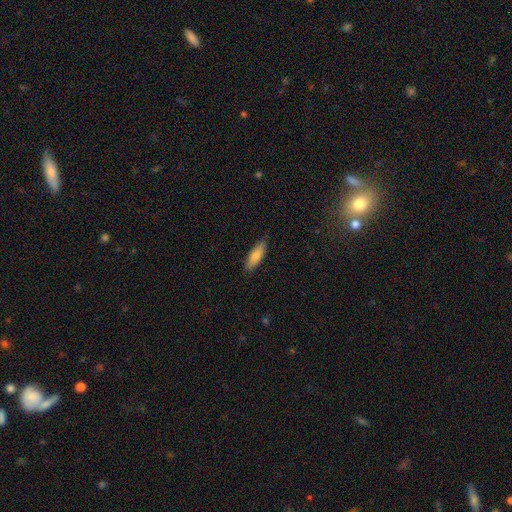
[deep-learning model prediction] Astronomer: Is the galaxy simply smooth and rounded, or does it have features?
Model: smooth — 83%.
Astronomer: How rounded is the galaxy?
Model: in between — 56% (runner-up: cigar-shaped, 42%).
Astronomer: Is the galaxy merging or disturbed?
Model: none — 82%.